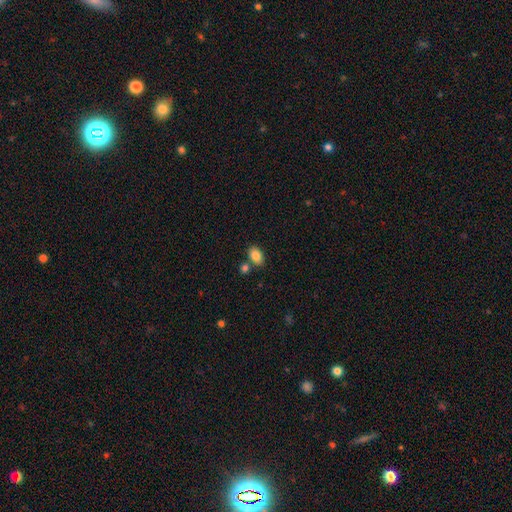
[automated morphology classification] type=smooth (85%); roundness=in between (85%); merging=none (71%).